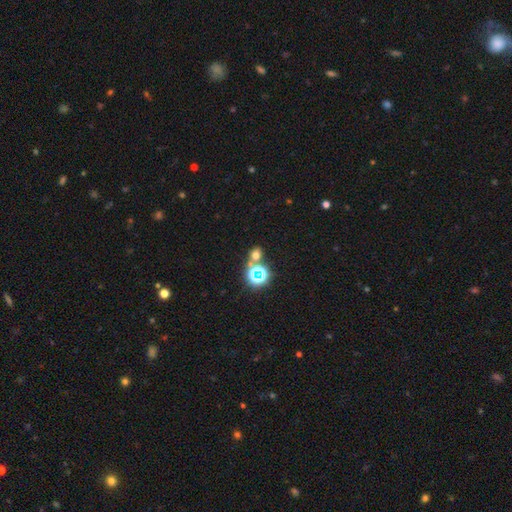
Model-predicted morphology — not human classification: The model was most divided on "smooth or featured": smooth: 54%, star or artifact: 38%, featured or disk: 9%. More confident: how rounded — round (68%); merging — none (65%).